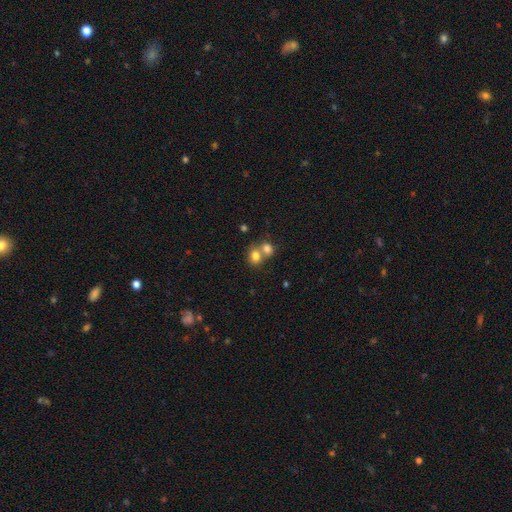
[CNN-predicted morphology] A smooth galaxy with no disk features (77%) that is round (59%).

Vote fractions:
- Smooth or featured? smooth: 77% / featured or disk: 12% / star or artifact: 11%
- How rounded? round: 59% / in between: 40% / cigar-shaped: 1%
- Merging? merger: 62% / none: 30% / minor disturbance: 6% / major disturbance: 3%